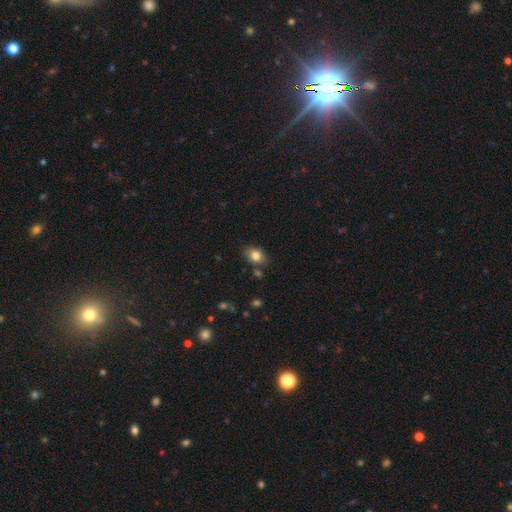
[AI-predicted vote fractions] Smooth or featured? Predicted: smooth (p=0.81). How rounded? Predicted: in between (p=0.71). Merging? Predicted: none (p=0.78).